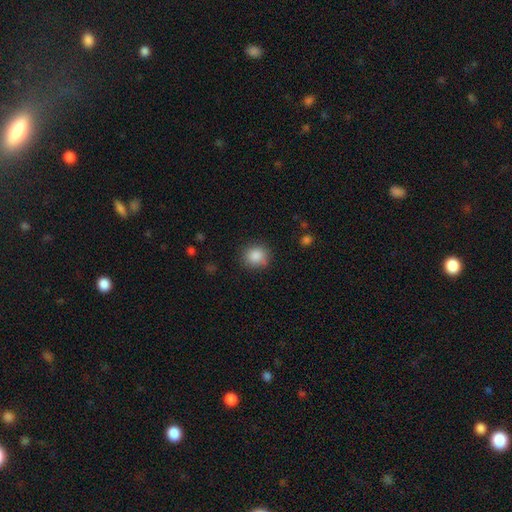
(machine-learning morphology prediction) Smooth or featured: smooth — 87% (star or artifact — 9%)
How rounded: round — 85% (in between — 14%)
Merging: none — 83% (minor disturbance — 12%)